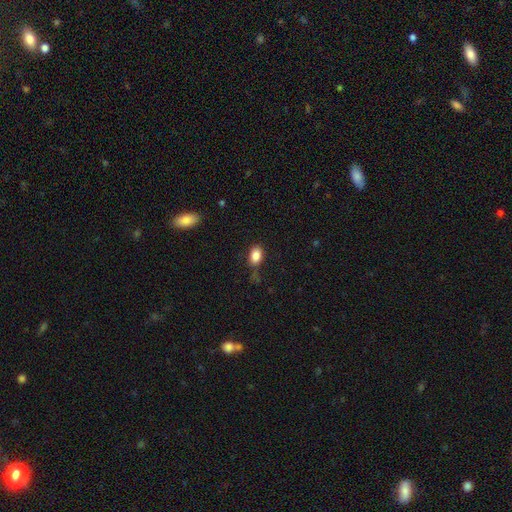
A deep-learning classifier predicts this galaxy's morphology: smooth-or-featured: smooth: 86% | star or artifact: 9% | featured or disk: 6%
  how-rounded: in between: 85% | round: 13% | cigar-shaped: 2%
  merging: none: 70% | minor disturbance: 21% | major disturbance: 6% | merger: 3%